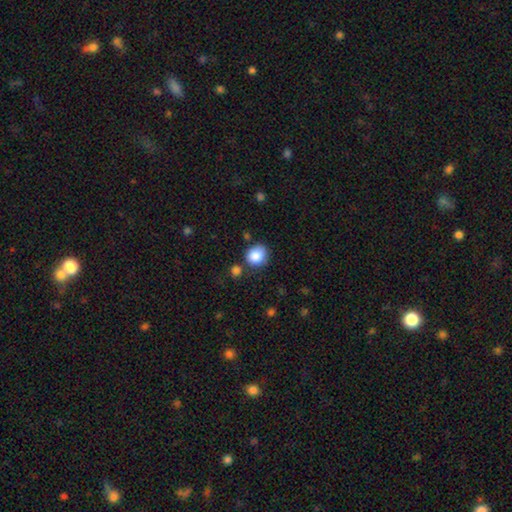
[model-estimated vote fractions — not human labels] smooth-or-featured: smooth: 86% | star or artifact: 9% | featured or disk: 5%
  how-rounded: round: 80% | in between: 19% | cigar-shaped: 1%
  merging: none: 73% | minor disturbance: 15% | merger: 8% | major disturbance: 4%